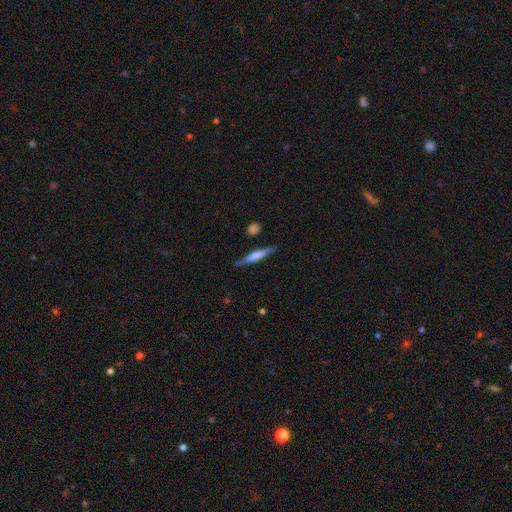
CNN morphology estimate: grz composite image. It shows a smooth galaxy with no disk features (51%) that is cigar-shaped (91%). Merging: none (83%).